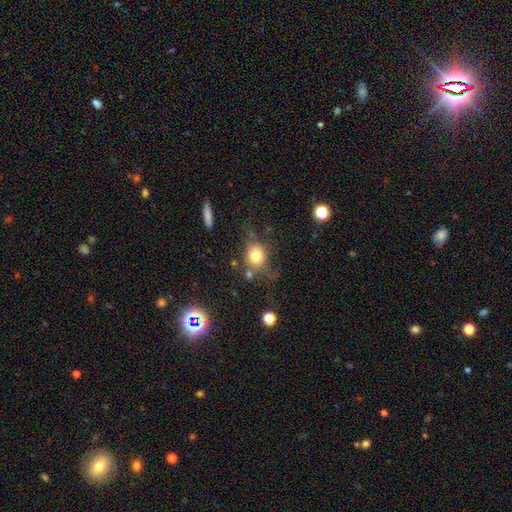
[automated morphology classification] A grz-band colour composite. It shows a smooth galaxy with no disk features (75%) that is round (71%). Merging: none (60%).